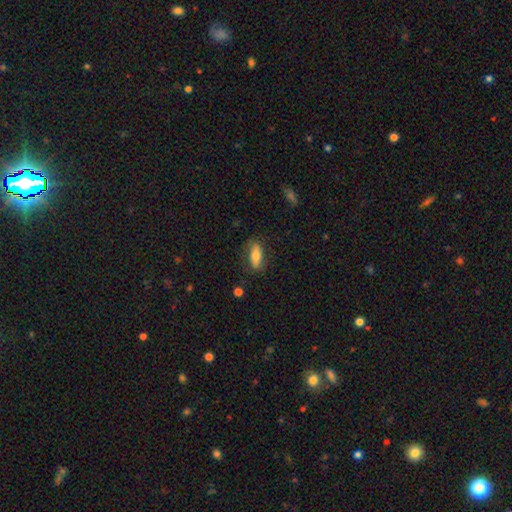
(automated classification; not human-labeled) The model was most divided on "how rounded": in between: 67%, cigar-shaped: 29%, round: 3%. More confident: merging — none (77%); smooth or featured — smooth (66%).